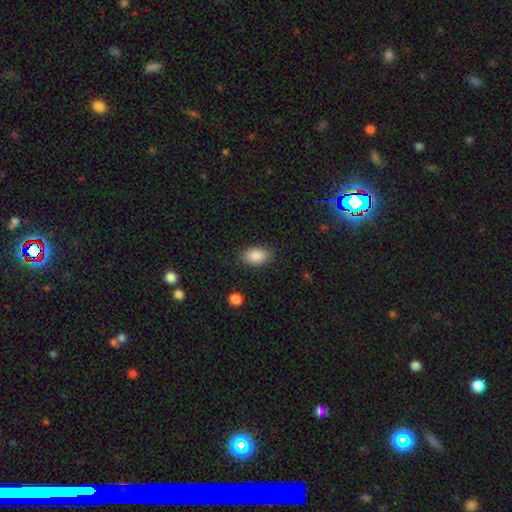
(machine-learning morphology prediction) smooth-or-featured: smooth: 88% | star or artifact: 8% | featured or disk: 5%
  how-rounded: in between: 90% | round: 9% | cigar-shaped: 2%
  merging: none: 86% | minor disturbance: 10% | major disturbance: 3% | merger: 1%